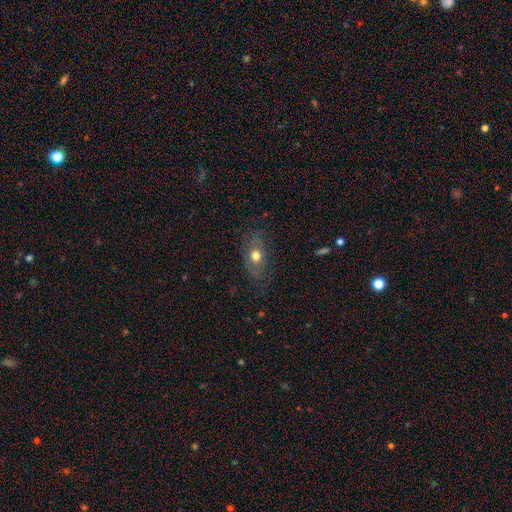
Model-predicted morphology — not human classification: Smooth or featured: smooth — 54% (featured or disk — 36%)
How rounded: in between — 75% (round — 18%)
Merging: none — 70% (minor disturbance — 19%)